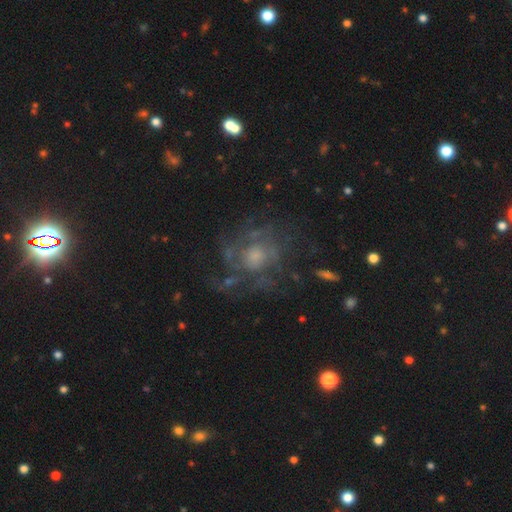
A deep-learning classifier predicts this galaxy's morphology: Smooth or featured?
  - featured or disk: 71% *
  - smooth: 17%
  - star or artifact: 12%
Edge-on disk?
  - no: 97% *
  - yes: 3%
Bar?
  - no: 81% *
  - weak: 16%
  - strong: 3%
Spiral arms?
  - yes: 74% *
  - no: 26%
Spiral winding?
  - tight: 43% *
  - medium: 38%
  - loose: 19%
Spiral arm count?
  - can't tell: 51% *
  - 3: 14%
  - 2: 12%
  - 4: 10%
  - more than 4: 7%
  - 1: 6%
Bulge size?
  - moderate: 47% *
  - small: 35%
  - large: 10%
  - none: 7%
  - dominant: 2%
Merging?
  - none: 62% *
  - major disturbance: 19%
  - minor disturbance: 17%
  - merger: 2%